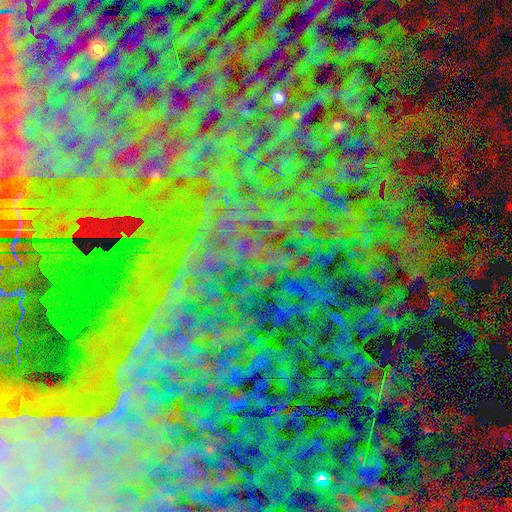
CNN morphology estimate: Smooth or featured: star or artifact — 86% (smooth — 7%)